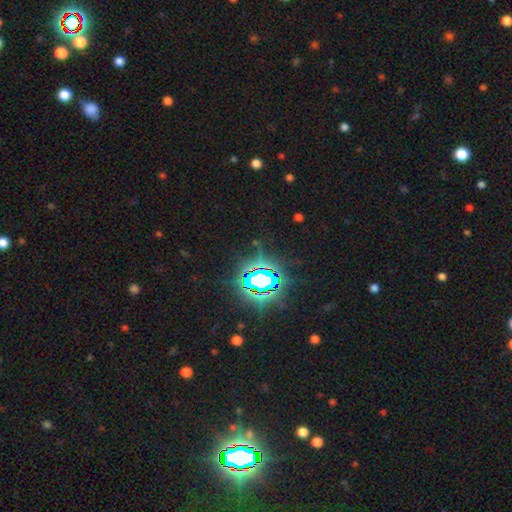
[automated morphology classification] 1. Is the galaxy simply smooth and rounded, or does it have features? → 83% star or artifact, 10% smooth, 7% featured or disk.